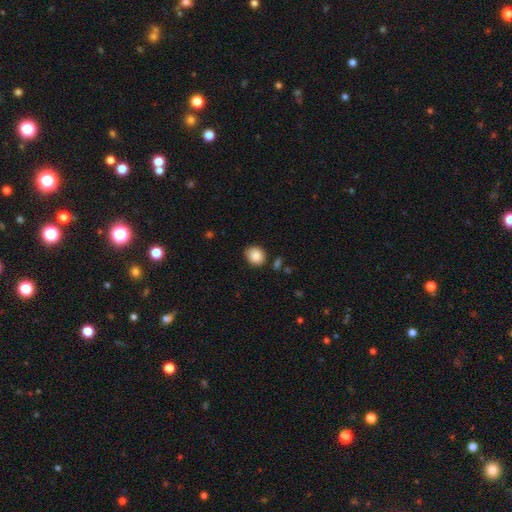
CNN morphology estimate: Smooth or featured: smooth — 88% (star or artifact — 8%)
How rounded: round — 74% (in between — 25%)
Merging: none — 80% (minor disturbance — 14%)